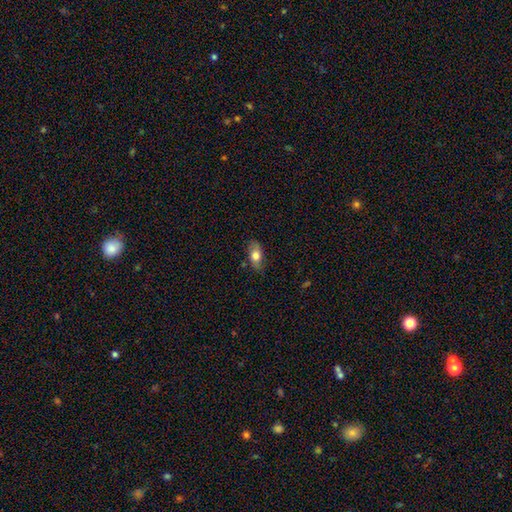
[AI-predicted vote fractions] The model was most divided on "smooth or featured": smooth: 71%, featured or disk: 21%, star or artifact: 7%. More confident: how rounded — in between (85%); merging — none (74%).